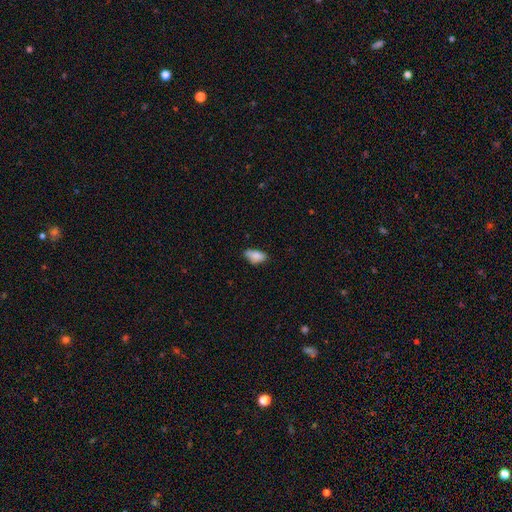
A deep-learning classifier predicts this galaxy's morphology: Smooth or featured: smooth — 85% (star or artifact — 8%)
How rounded: in between — 92% (cigar-shaped — 4%)
Merging: none — 69% (minor disturbance — 25%)